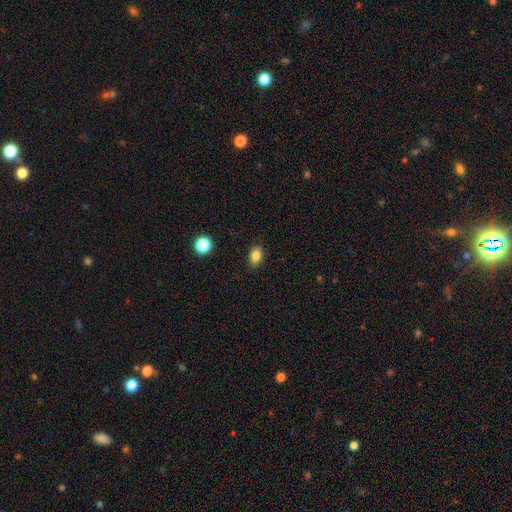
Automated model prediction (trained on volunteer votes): A smooth galaxy with no disk features (84%) that is in between round and cigar-shaped (77%).

Vote fractions:
- Smooth or featured? smooth: 84% / star or artifact: 10% / featured or disk: 6%
- How rounded? in between: 77% / round: 21% / cigar-shaped: 1%
- Merging? none: 87% / minor disturbance: 9% / major disturbance: 2% / merger: 1%